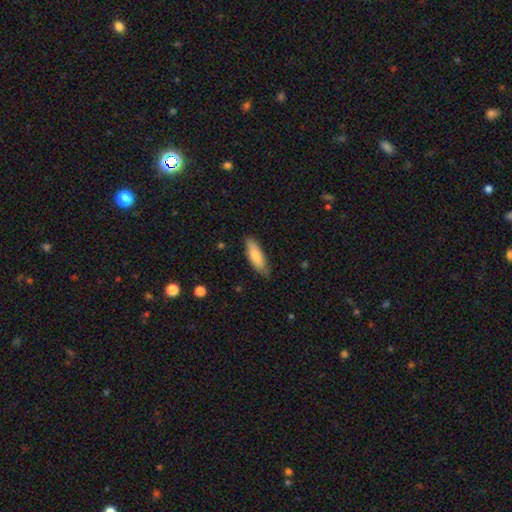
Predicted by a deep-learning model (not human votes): Morphology: type=smooth (80%); roundness=in between (58%); merging=none (80%).